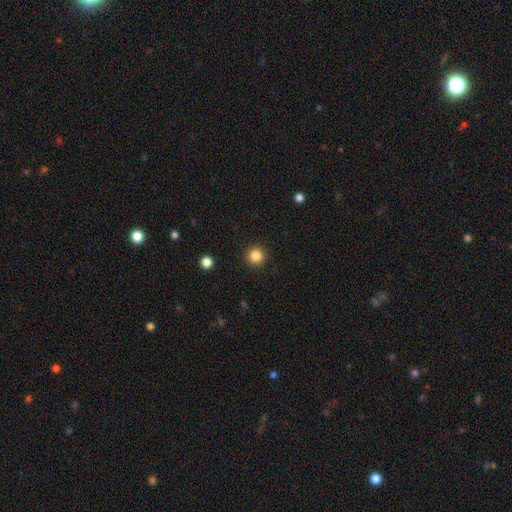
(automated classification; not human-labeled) Smooth or featured?
  - smooth: 84% *
  - star or artifact: 12%
  - featured or disk: 4%
How rounded?
  - round: 96% *
  - in between: 3%
  - cigar-shaped: 1%
Merging?
  - none: 93% *
  - minor disturbance: 5%
  - major disturbance: 2%
  - merger: 1%